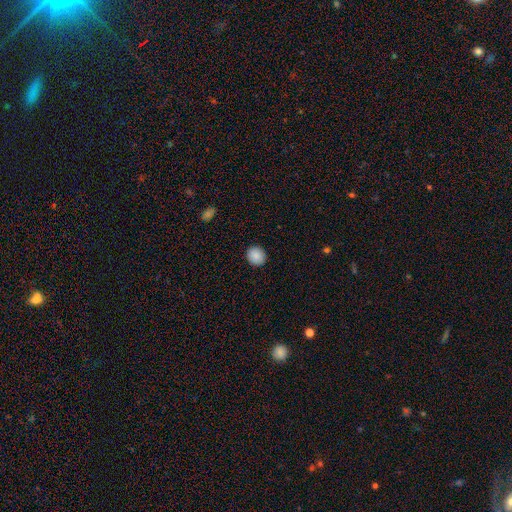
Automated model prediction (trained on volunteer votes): Smooth or featured?
  - smooth: 89% *
  - star or artifact: 8%
  - featured or disk: 3%
How rounded?
  - round: 82% *
  - in between: 17%
  - cigar-shaped: 1%
Merging?
  - none: 91% *
  - minor disturbance: 6%
  - major disturbance: 2%
  - merger: 1%